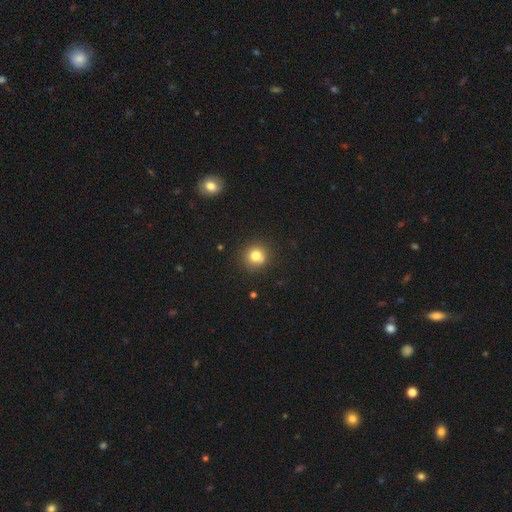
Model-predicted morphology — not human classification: Q: Smooth or featured?
A: smooth (77%); runner-up: star or artifact (13%)
Q: How rounded?
A: round (89%); runner-up: in between (10%)
Q: Merging?
A: none (75%); runner-up: minor disturbance (12%)